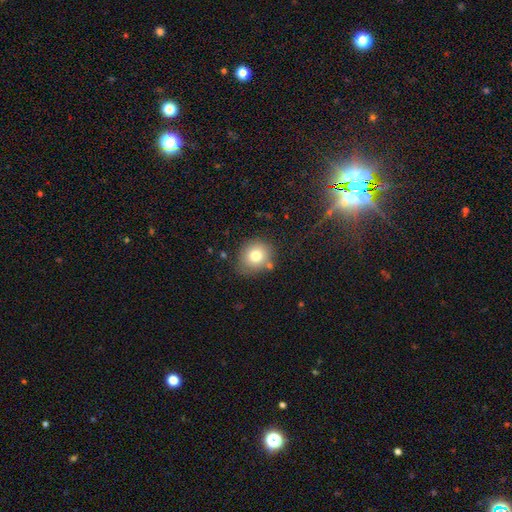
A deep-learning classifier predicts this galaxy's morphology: smooth 78%, featured or disk 11%, star or artifact 11%. Down the decision tree: how rounded — round (77%); merging — none (74%).